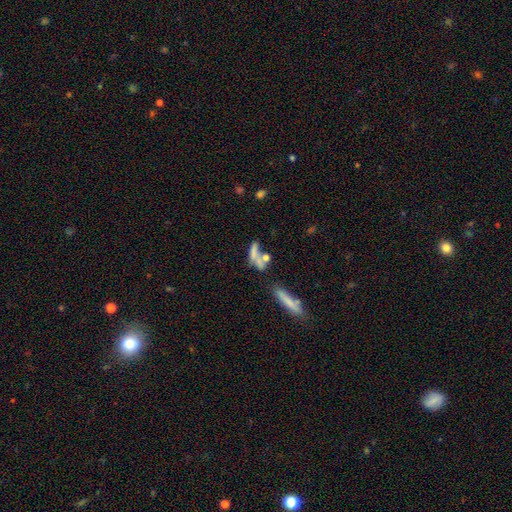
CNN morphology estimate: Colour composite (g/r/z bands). It shows a smooth galaxy with no disk features (57%) that is cigar-shaped (51%). Merging: merger (43%).